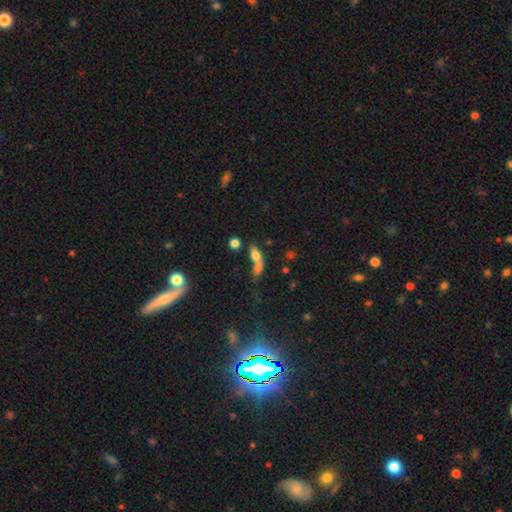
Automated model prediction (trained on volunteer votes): Overall: smooth (65%). How rounded: in between (65%). Merging: merger (53%; none 26%).